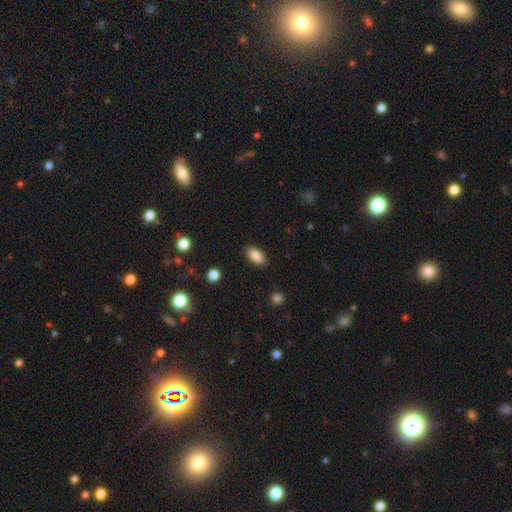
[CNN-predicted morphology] type=smooth (87%); roundness=in between (92%); merging=none (88%).